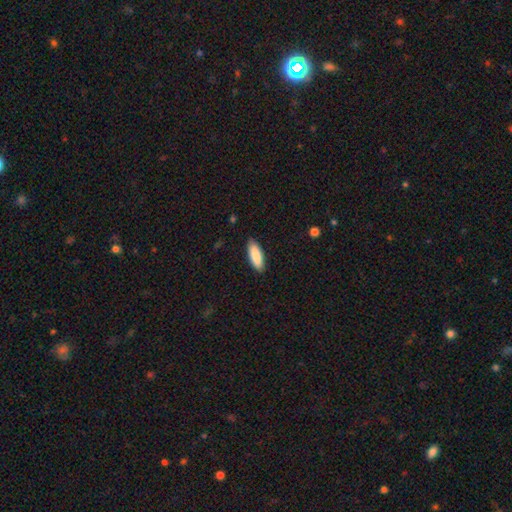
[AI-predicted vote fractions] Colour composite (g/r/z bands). It shows a smooth galaxy with no disk features (87%) that is in between round and cigar-shaped (69%). Merging: none (88%).